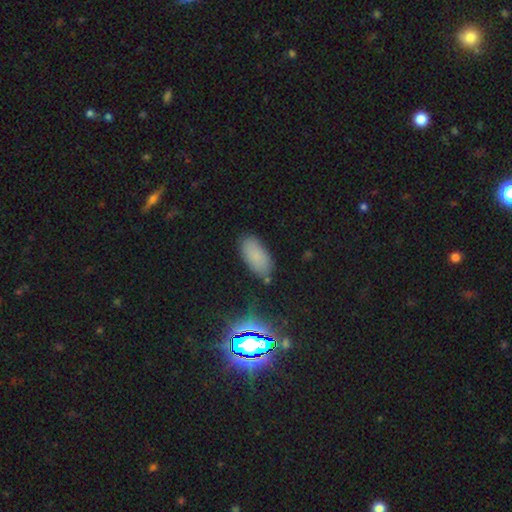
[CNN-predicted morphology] Overall: smooth (74%). How rounded: in between (92%). Merging: none (80%).